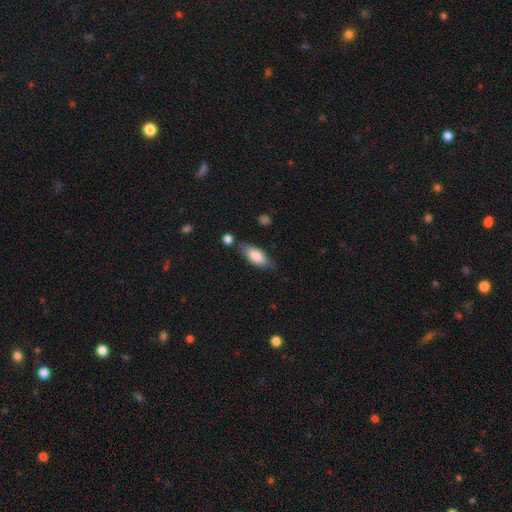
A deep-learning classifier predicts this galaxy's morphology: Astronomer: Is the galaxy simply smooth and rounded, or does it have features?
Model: smooth — 79%.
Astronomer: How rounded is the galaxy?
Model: in between — 79%.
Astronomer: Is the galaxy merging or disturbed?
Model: none — 70%.